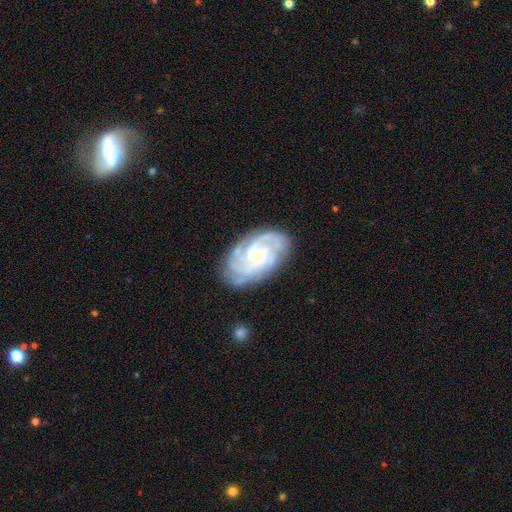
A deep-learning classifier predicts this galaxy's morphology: Overall: featured or disk (85%). Edge-on disk: no (97%). Bar: no (60%; weak 33%). Spiral arms: yes (97%). Spiral arm count: 4 (28%; 3 24%). Spiral winding: tight (69%). Bulge size: small (71%). Merging: none (77%).